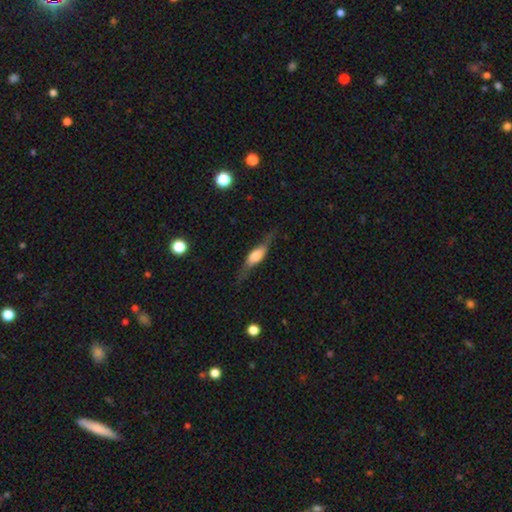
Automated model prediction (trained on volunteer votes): This appears to be a featured or disk galaxy (55%) viewed edge-on (80%). Merging: none (70%).